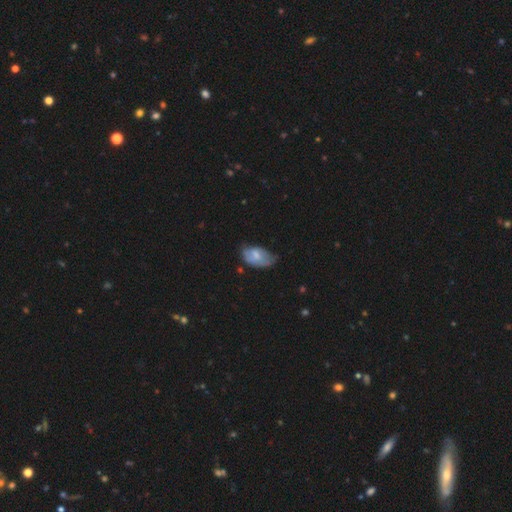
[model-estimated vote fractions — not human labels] A smooth galaxy with no disk features (62%) that is in between round and cigar-shaped (92%). Merging: minor disturbance (44%).